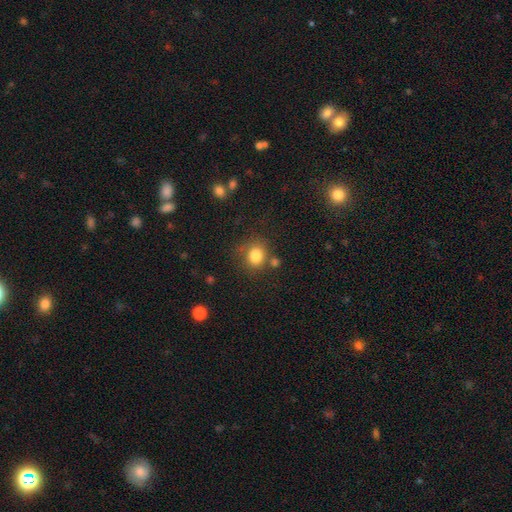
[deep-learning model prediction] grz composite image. It shows a smooth galaxy with no disk features (82%) that is round (78%). Merging: none (70%).